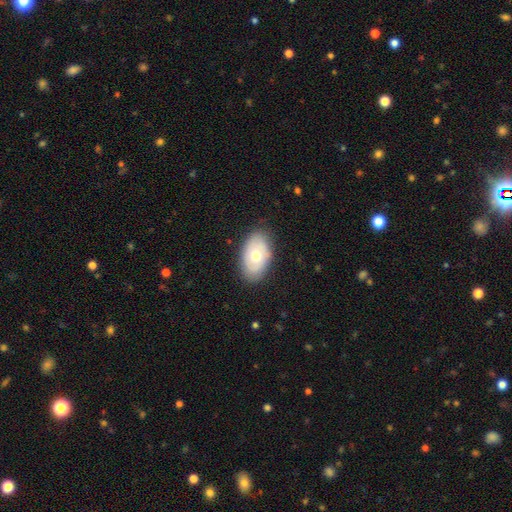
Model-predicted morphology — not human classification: type=smooth (56%); roundness=in between (90%); merging=none (81%).